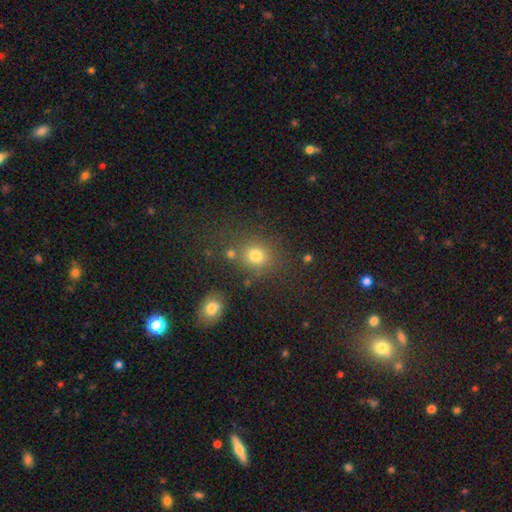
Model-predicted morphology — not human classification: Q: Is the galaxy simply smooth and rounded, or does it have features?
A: smooth — 76%.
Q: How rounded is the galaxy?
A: round — 75%.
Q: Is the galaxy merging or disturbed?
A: none — 72%.